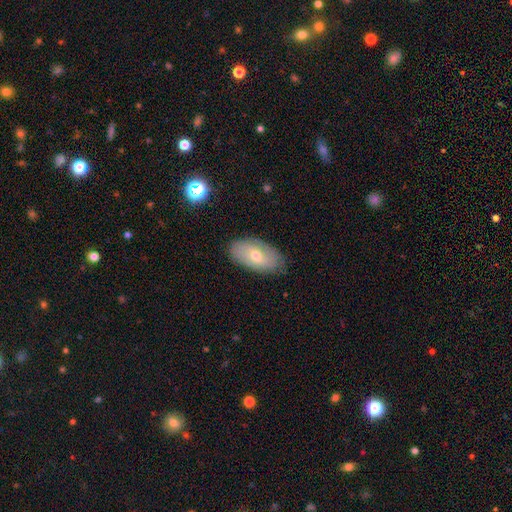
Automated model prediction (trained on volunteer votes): Smooth or featured: smooth — 50% (featured or disk — 42%)
How rounded: in between — 92% (round — 5%)
Merging: none — 83% (minor disturbance — 13%)